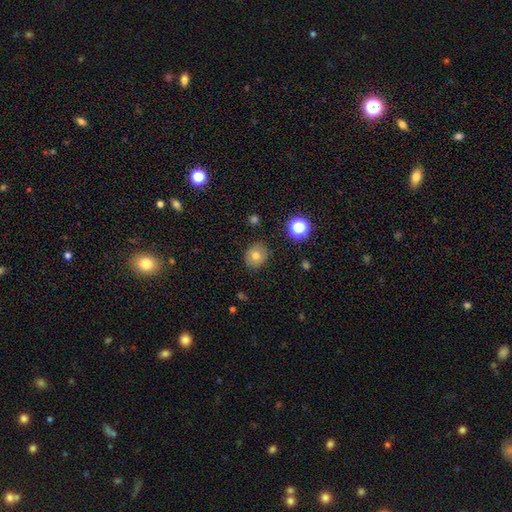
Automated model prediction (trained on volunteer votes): This appears to be a smooth galaxy with no disk features (71%) that is round (71%). Merging: none (86%).